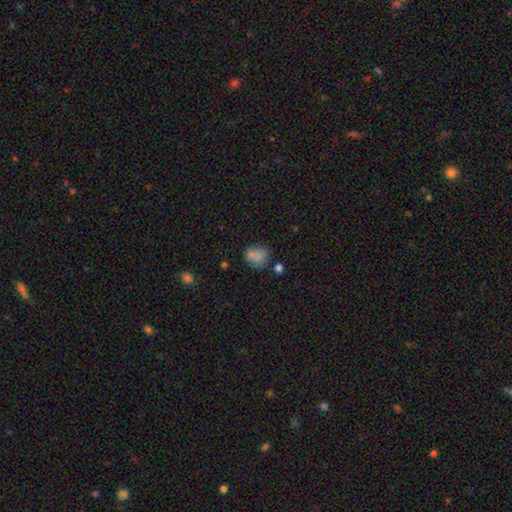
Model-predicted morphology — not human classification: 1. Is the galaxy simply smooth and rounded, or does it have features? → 75% smooth, 13% featured or disk, 12% star or artifact.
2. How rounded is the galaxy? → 60% round, 39% in between, 1% cigar-shaped.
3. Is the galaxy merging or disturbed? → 50% none, 22% minor disturbance, 19% merger, 10% major disturbance.